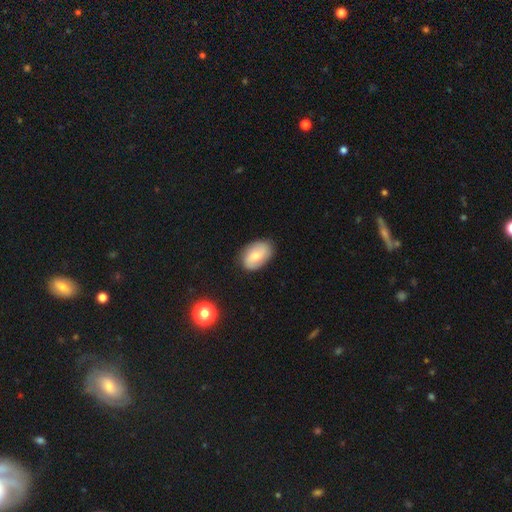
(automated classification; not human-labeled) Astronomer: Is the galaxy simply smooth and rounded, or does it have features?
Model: smooth — 50% (runner-up: featured or disk, 43%).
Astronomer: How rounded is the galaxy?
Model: in between — 86%.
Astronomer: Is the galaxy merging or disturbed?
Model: none — 83%.